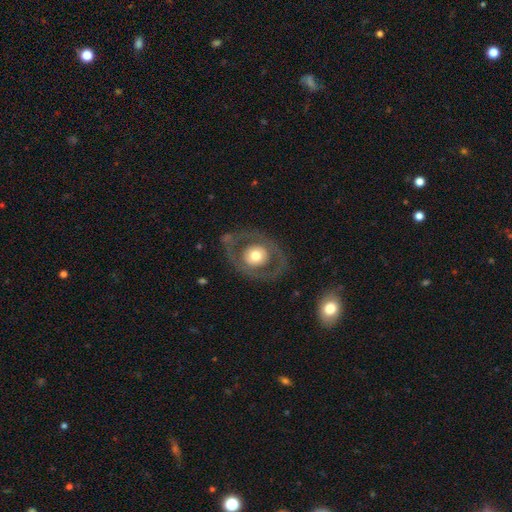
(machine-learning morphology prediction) A featured or disk galaxy (52%).

Vote fractions:
- Smooth or featured? featured or disk: 52% / smooth: 43% / star or artifact: 6%
- Edge-on disk? no: 94% / yes: 6%
- Merging? none: 76% / minor disturbance: 12% / major disturbance: 11% / merger: 2%